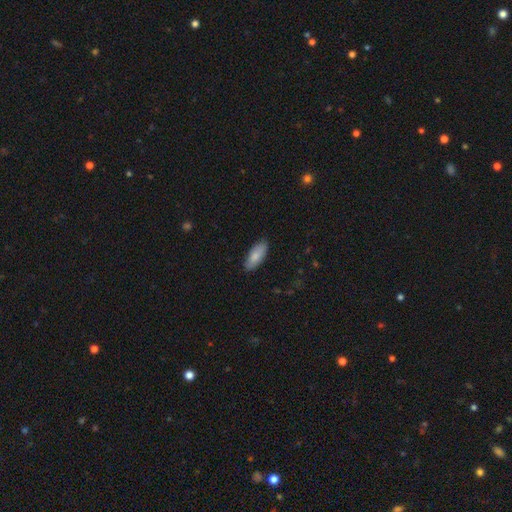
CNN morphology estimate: Smooth or featured: smooth — 84% (featured or disk — 11%)
How rounded: in between — 77% (cigar-shaped — 21%)
Merging: none — 86% (minor disturbance — 11%)